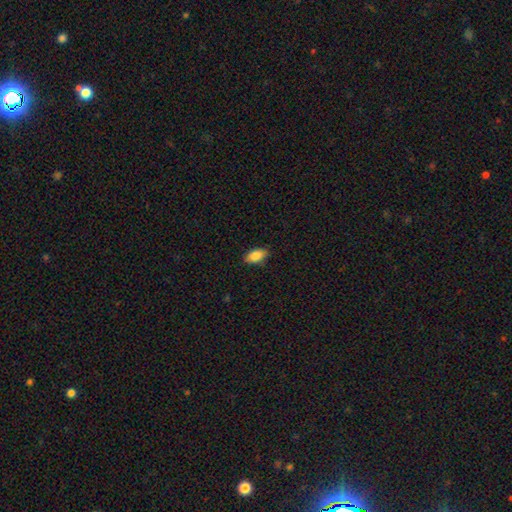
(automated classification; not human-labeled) smooth_or_featured: smooth (p=0.86) [alt: star or artifact p=0.07]
how_rounded: in between (p=0.92) [alt: cigar-shaped p=0.05]
merging: none (p=0.86) [alt: minor disturbance p=0.11]